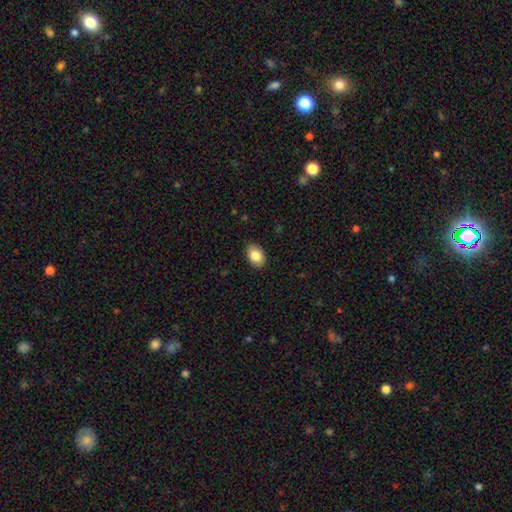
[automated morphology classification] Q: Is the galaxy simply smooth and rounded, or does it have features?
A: smooth — 86%.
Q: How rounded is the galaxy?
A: in between — 86%.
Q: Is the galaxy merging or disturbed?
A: none — 87%.